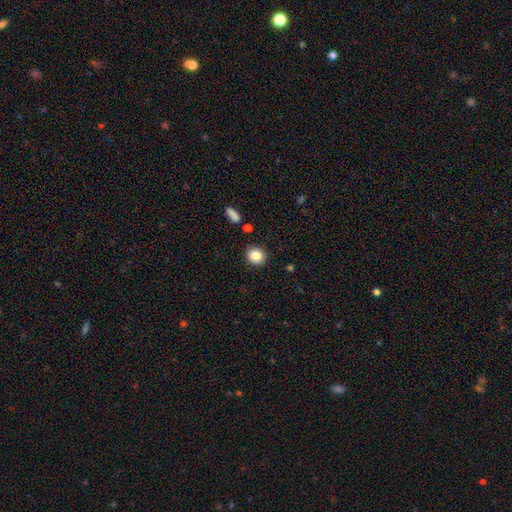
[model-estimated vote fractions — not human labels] smooth-or-featured: smooth: 86% | star or artifact: 9% | featured or disk: 5%
  how-rounded: round: 80% | in between: 19% | cigar-shaped: 1%
  merging: none: 88% | minor disturbance: 7% | merger: 3% | major disturbance: 2%